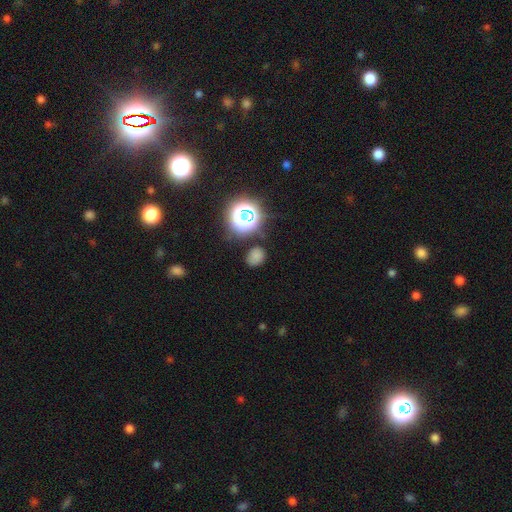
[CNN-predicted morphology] A smooth galaxy with no disk features (66%) that is round (51%). Merging: none (75%).